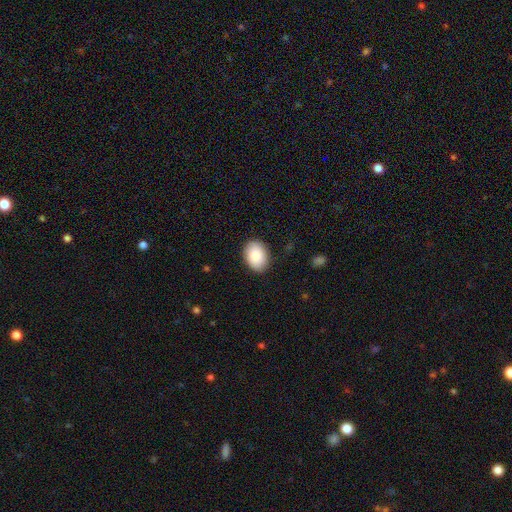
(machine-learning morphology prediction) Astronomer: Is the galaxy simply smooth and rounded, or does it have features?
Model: smooth — 87%.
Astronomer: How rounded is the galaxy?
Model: in between — 77%.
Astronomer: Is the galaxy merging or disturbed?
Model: none — 87%.